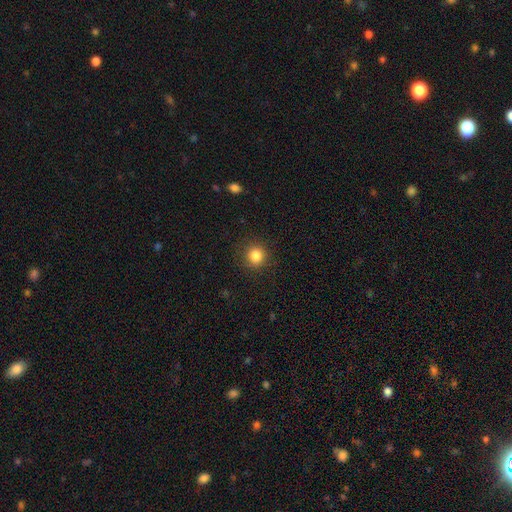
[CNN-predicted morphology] Overall: smooth (84%). How rounded: round (92%). Merging: none (89%).